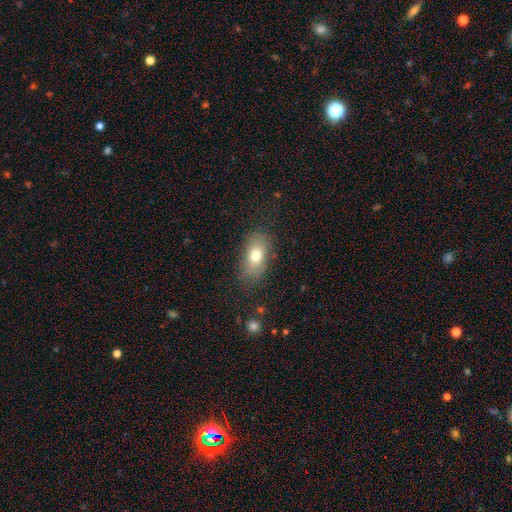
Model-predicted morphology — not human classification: Smooth or featured? Predicted: smooth (p=0.75). How rounded? Predicted: in between (p=0.86). Merging? Predicted: none (p=0.77).